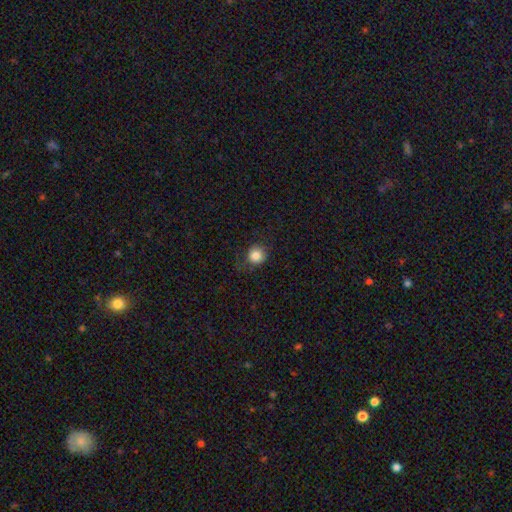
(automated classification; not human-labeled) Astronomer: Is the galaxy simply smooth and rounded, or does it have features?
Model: smooth — 83%.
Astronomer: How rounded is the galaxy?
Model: round — 90%.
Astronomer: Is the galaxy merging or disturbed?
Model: none — 77%.